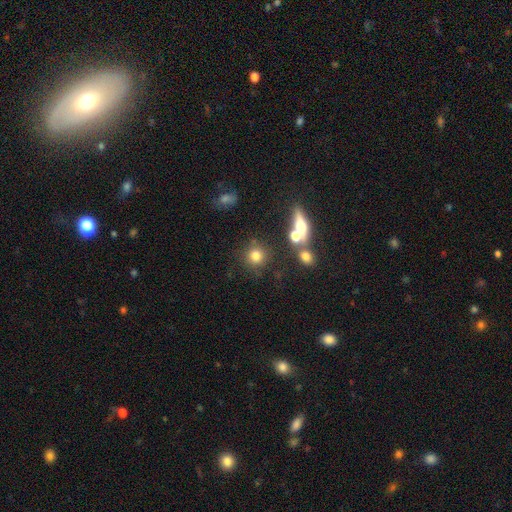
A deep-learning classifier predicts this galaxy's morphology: Smooth or featured? smooth (74%)
How rounded? round (89%)
Merging? none (75%)